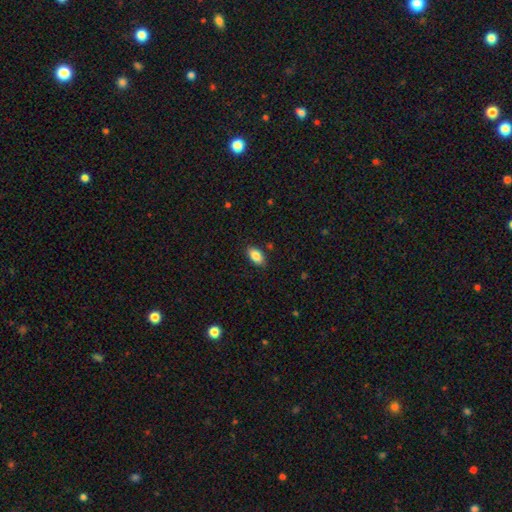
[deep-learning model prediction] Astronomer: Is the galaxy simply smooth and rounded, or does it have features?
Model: smooth — 87%.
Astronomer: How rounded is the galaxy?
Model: in between — 93%.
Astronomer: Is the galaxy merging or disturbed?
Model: none — 85%.